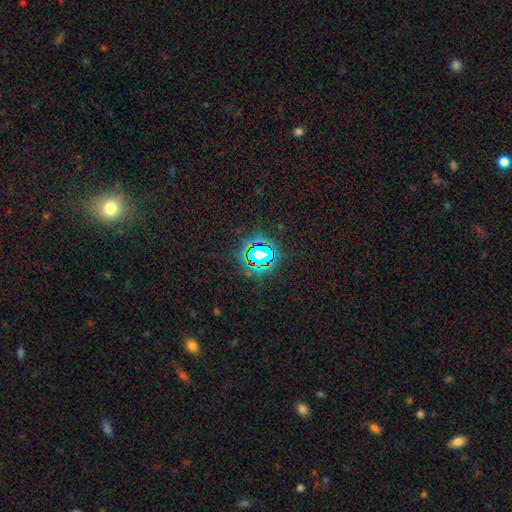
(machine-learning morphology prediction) This appears to be a star or artifact, not a galaxy (70%).